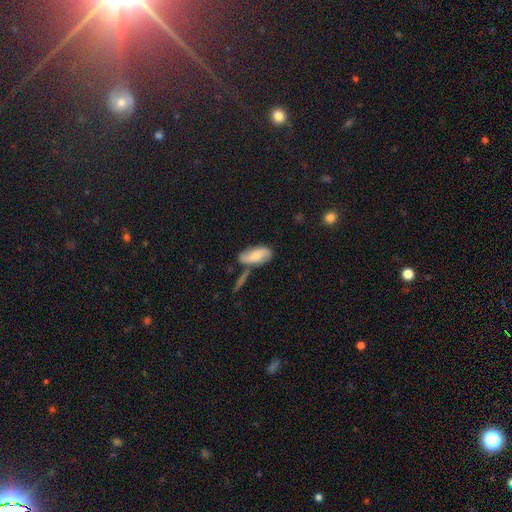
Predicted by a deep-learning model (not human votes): Smooth or featured? smooth (52%)
How rounded? in between (87%)
Merging? none (61%)